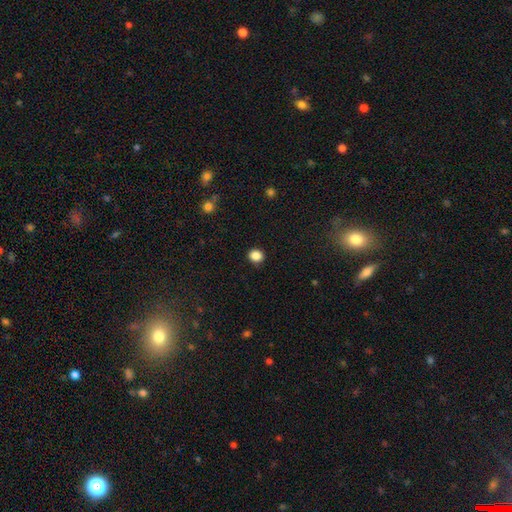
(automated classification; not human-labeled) This appears to be a smooth galaxy with no disk features (87%) that is round (83%). Merging: none (92%).